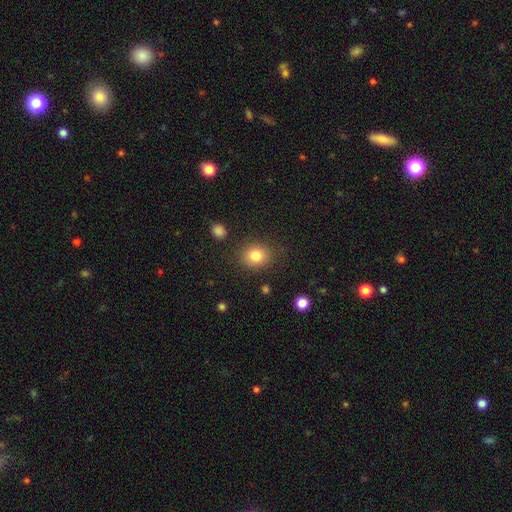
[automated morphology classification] smooth 81%, star or artifact 11%, featured or disk 8%. Down the decision tree: how rounded — round (68%); merging — none (84%).